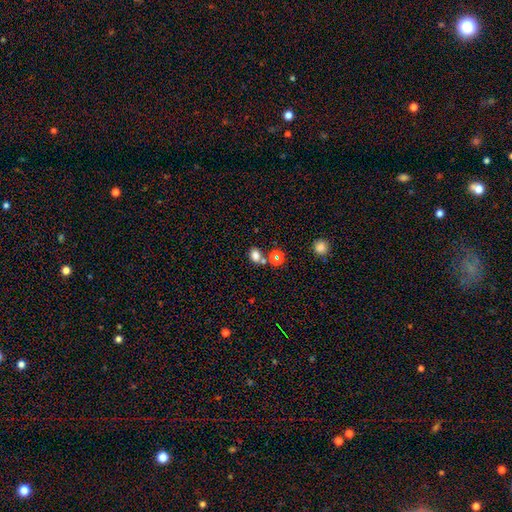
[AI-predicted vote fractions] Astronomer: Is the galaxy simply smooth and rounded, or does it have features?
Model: smooth — 76%.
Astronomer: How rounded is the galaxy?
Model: in between — 56% (runner-up: round, 42%).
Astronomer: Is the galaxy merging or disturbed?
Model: none — 64%.